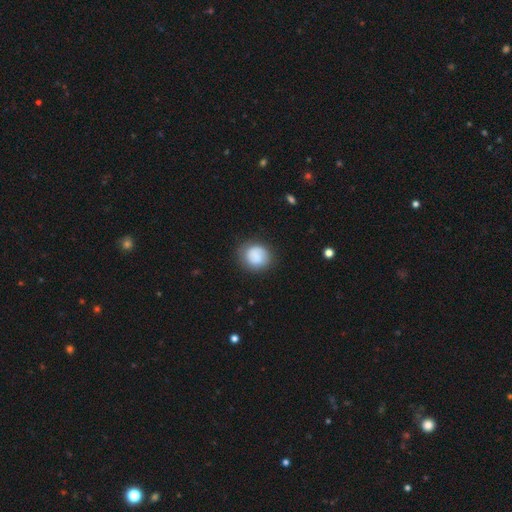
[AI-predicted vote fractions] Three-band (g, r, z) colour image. It shows a smooth galaxy with no disk features (79%) that is round (83%). Merging: none (77%).